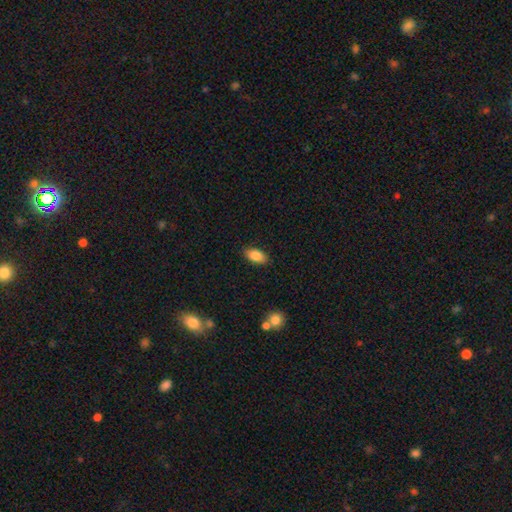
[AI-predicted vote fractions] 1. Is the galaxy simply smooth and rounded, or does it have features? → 85% smooth, 7% star or artifact, 7% featured or disk.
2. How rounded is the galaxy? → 91% in between, 5% cigar-shaped, 4% round.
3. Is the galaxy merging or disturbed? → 87% none, 10% minor disturbance, 2% major disturbance, 1% merger.